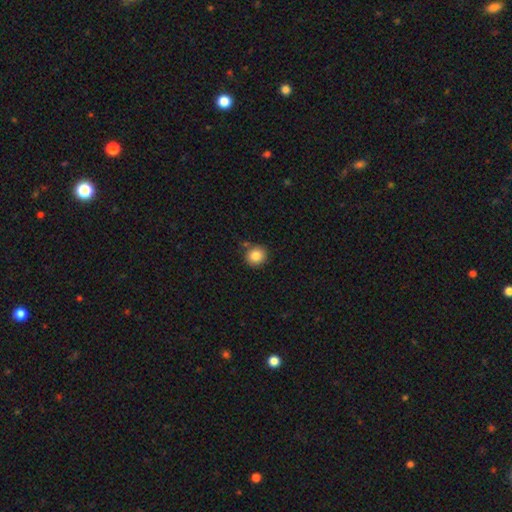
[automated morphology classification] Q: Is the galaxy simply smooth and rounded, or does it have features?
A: smooth — 84%.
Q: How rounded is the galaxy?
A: round — 89%.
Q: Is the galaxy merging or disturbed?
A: none — 80%.